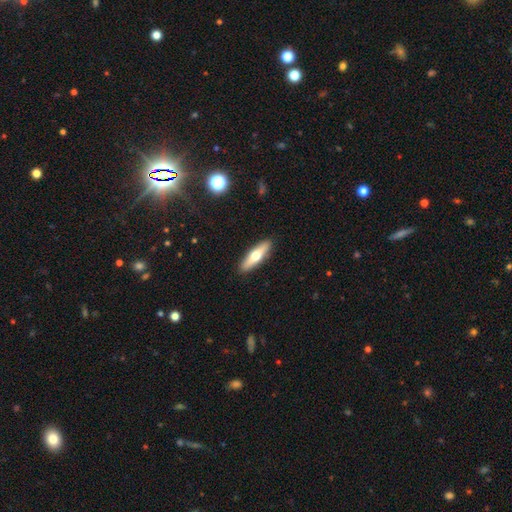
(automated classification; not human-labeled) Smooth or featured: smooth — 55% (featured or disk — 40%)
How rounded: cigar-shaped — 66% (in between — 32%)
Merging: none — 90% (minor disturbance — 7%)